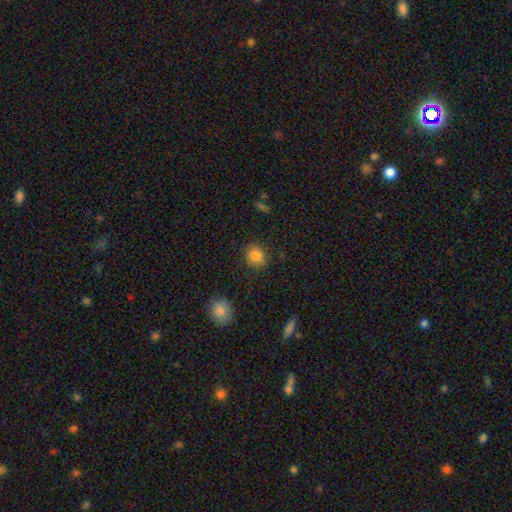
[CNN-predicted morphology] smooth_or_featured: smooth (p=0.84) [alt: star or artifact p=0.10]
how_rounded: round (p=0.82) [alt: in between p=0.17]
merging: none (p=0.87) [alt: minor disturbance p=0.09]